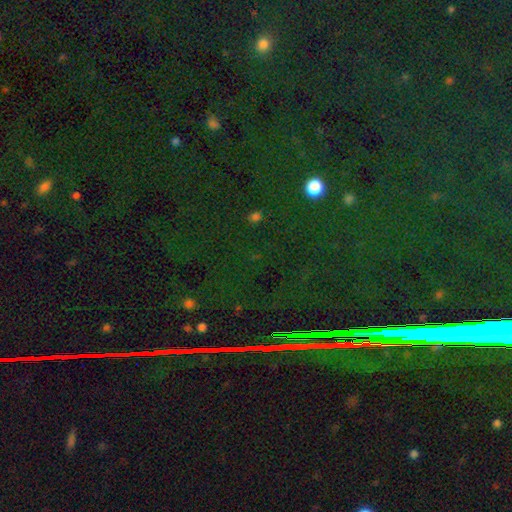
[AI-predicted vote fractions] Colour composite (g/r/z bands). It shows a star or artifact, not a galaxy (81%).